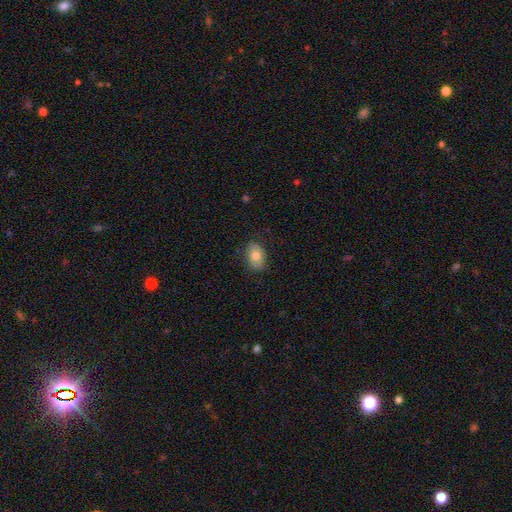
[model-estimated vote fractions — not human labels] Morphology: type=smooth (77%); roundness=in between (81%); merging=none (83%).